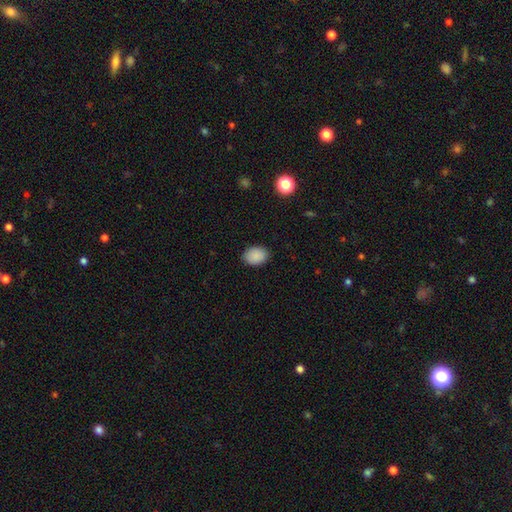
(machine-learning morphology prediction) A smooth galaxy with no disk features (89%) that is in between round and cigar-shaped (72%).

Vote fractions:
- Smooth or featured? smooth: 89% / star or artifact: 8% / featured or disk: 3%
- How rounded? in between: 72% / round: 27% / cigar-shaped: 1%
- Merging? none: 87% / minor disturbance: 10% / major disturbance: 2% / merger: 1%